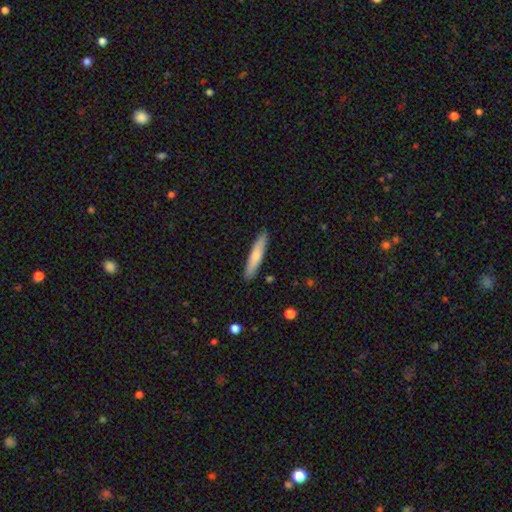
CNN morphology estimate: Smooth or featured? smooth (72%)
How rounded? cigar-shaped (90%)
Merging? none (90%)